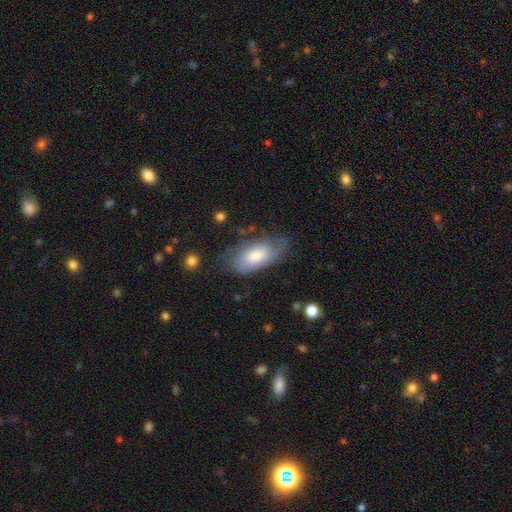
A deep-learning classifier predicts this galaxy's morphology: A smooth galaxy with no disk features (63%) that is in between round and cigar-shaped (90%).

Vote fractions:
- Smooth or featured? smooth: 63% / featured or disk: 30% / star or artifact: 7%
- How rounded? in between: 90% / cigar-shaped: 7% / round: 3%
- Merging? none: 63% / minor disturbance: 26% / major disturbance: 10% / merger: 2%